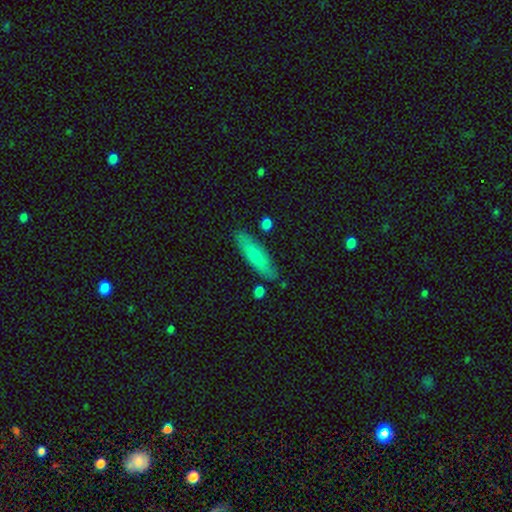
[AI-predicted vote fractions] Smooth or featured: smooth — 72% (featured or disk — 22%)
How rounded: cigar-shaped — 62% (in between — 36%)
Merging: none — 82% (minor disturbance — 12%)